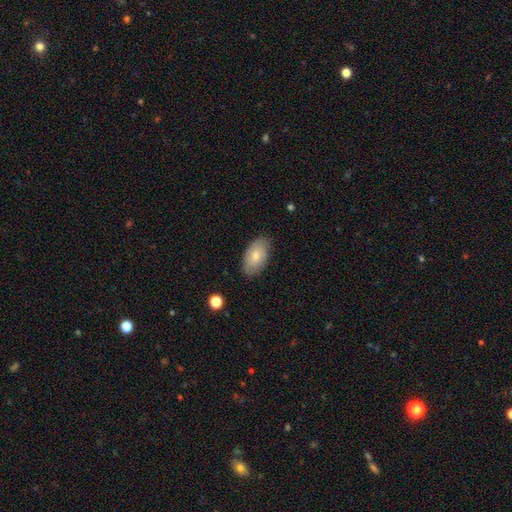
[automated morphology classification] Q: Smooth or featured?
A: smooth (73%); runner-up: featured or disk (21%)
Q: How rounded?
A: in between (94%); runner-up: round (4%)
Q: Merging?
A: none (79%); runner-up: minor disturbance (17%)